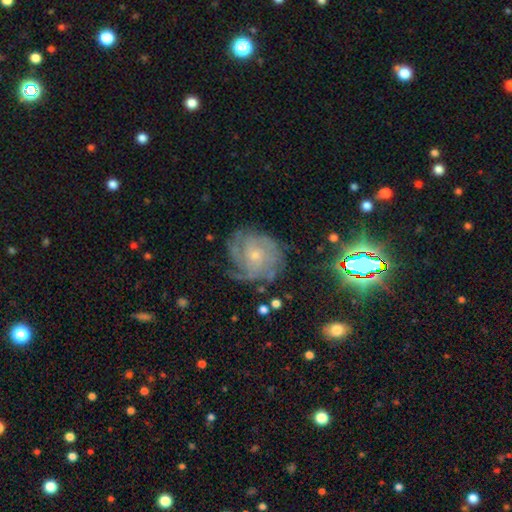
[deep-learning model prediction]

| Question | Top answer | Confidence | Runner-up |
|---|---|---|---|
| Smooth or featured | featured or disk | 81% | smooth (11%) |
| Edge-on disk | no | 98% | yes (2%) |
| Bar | no | 77% | weak (19%) |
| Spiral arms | yes | 94% | no (6%) |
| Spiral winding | tight | 61% | medium (31%) |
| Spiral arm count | can't tell | 33% | 3 (21%) |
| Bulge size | small | 74% | moderate (21%) |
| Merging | none | 66% | minor disturbance (21%) |